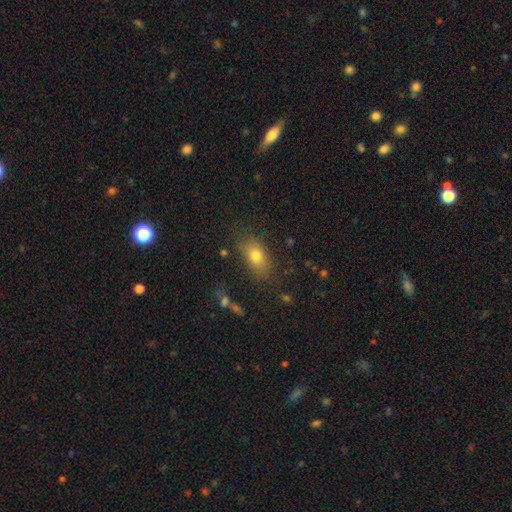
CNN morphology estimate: Overall: smooth (77%). How rounded: in between (82%). Merging: none (78%).